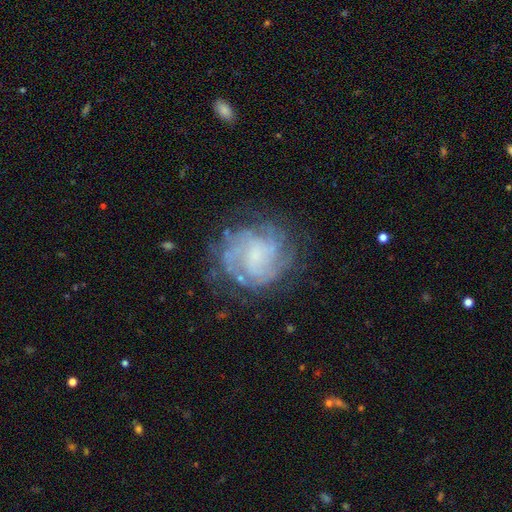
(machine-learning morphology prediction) smooth_or_featured: featured or disk (p=0.75) [alt: smooth p=0.16]
disk_edge_on: no (p=0.98) [alt: yes p=0.02]
bar: no (p=0.65) [alt: weak p=0.30]
has_spiral_arms: yes (p=0.86) [alt: no p=0.14]
spiral_winding: tight (p=0.58) [alt: medium p=0.31]
spiral_arm_count: can't tell (p=0.46) [alt: 3 p=0.16]
bulge_size: small (p=0.46) [alt: none p=0.31]
merging: none (p=0.68) [alt: minor disturbance p=0.18]